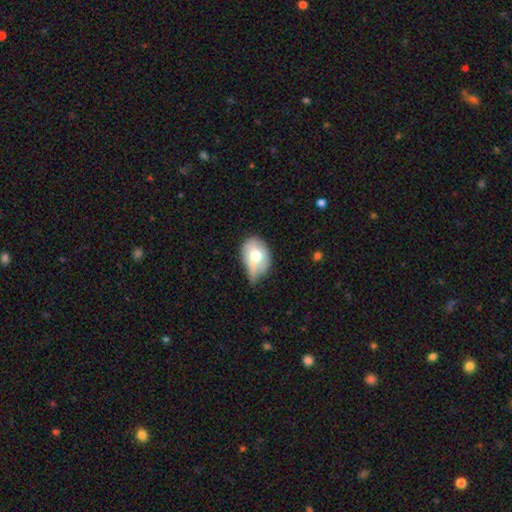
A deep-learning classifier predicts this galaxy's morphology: Smooth or featured: smooth — 63% (featured or disk — 29%)
How rounded: in between — 78% (round — 20%)
Merging: minor disturbance — 47% (none — 27%)